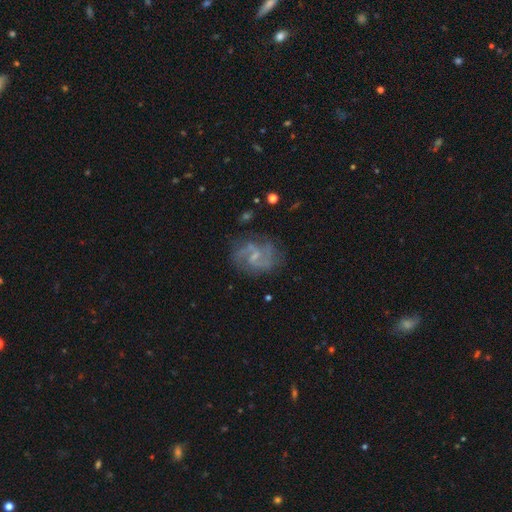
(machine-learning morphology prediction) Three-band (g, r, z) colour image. It shows a featured or disk galaxy (82%) with a weak bar (58%), 2 (80%) medium (50%) spiral arms (94%) and a small central bulge (57%). Merging: none (72%).